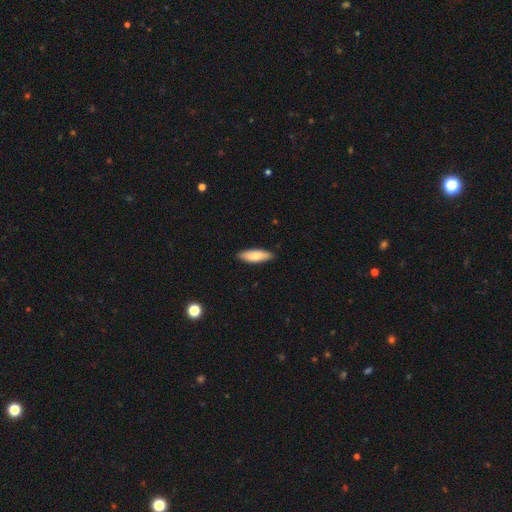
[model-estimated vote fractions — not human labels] The model was most divided on "how rounded": in between: 55%, cigar-shaped: 43%, round: 2%. More confident: merging — none (88%); smooth or featured — smooth (77%).